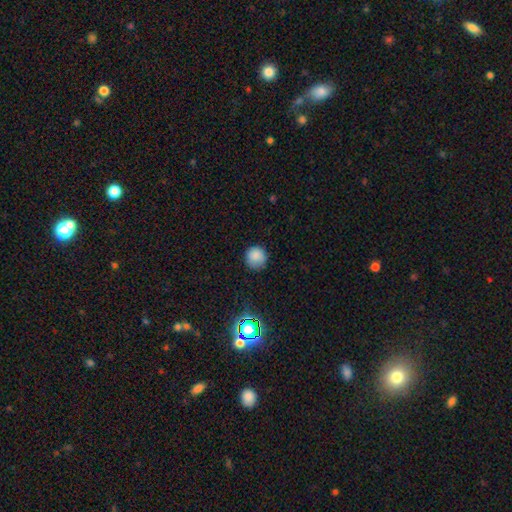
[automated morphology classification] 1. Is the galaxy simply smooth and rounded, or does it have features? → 83% smooth, 12% star or artifact, 5% featured or disk.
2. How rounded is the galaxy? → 94% round, 5% in between, 1% cigar-shaped.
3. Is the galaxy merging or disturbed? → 83% none, 13% minor disturbance, 3% major disturbance, 1% merger.